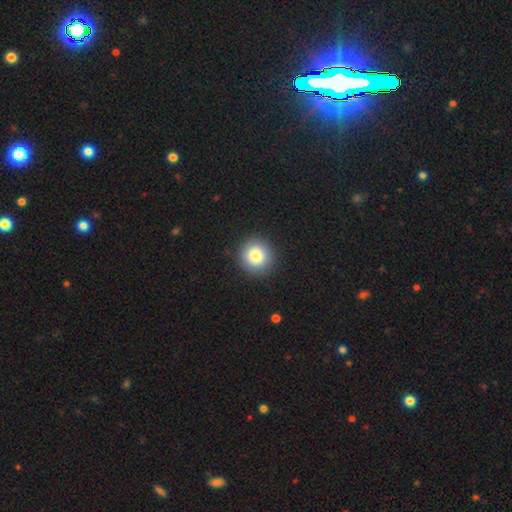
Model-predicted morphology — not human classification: The model was most divided on "smooth or featured": smooth: 82%, star or artifact: 10%, featured or disk: 8%. More confident: how rounded — round (93%); merging — none (91%).